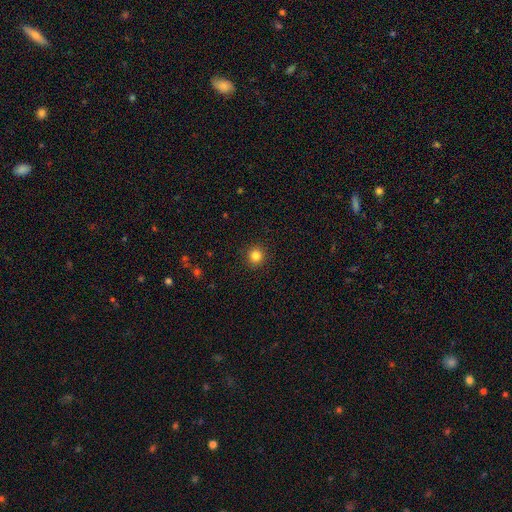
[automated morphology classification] Smooth or featured?
  - smooth: 83% *
  - star or artifact: 12%
  - featured or disk: 5%
How rounded?
  - round: 94% *
  - in between: 5%
  - cigar-shaped: 1%
Merging?
  - none: 92% *
  - minor disturbance: 5%
  - major disturbance: 2%
  - merger: 1%